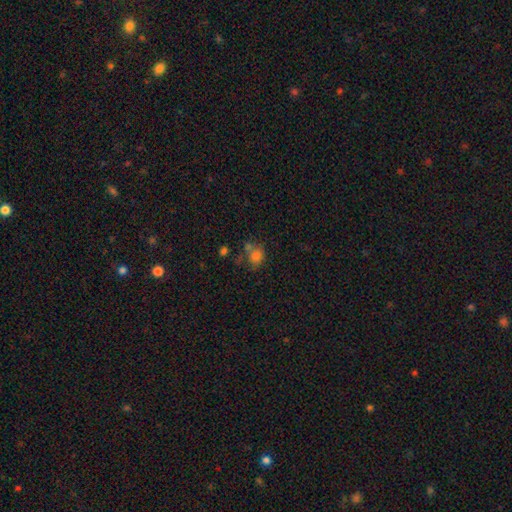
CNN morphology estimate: Smooth or featured? smooth (75%)
How rounded? round (57%)
Merging? none (43%)